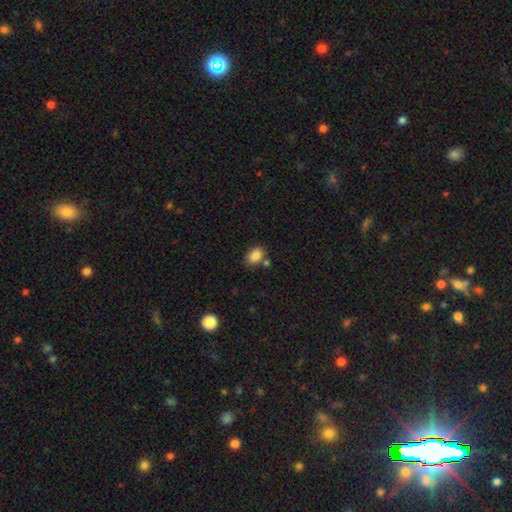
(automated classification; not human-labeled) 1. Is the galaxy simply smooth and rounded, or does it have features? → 86% smooth, 9% star or artifact, 5% featured or disk.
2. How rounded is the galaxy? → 82% in between, 17% round, 1% cigar-shaped.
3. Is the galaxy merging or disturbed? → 72% none, 13% minor disturbance, 12% merger, 3% major disturbance.